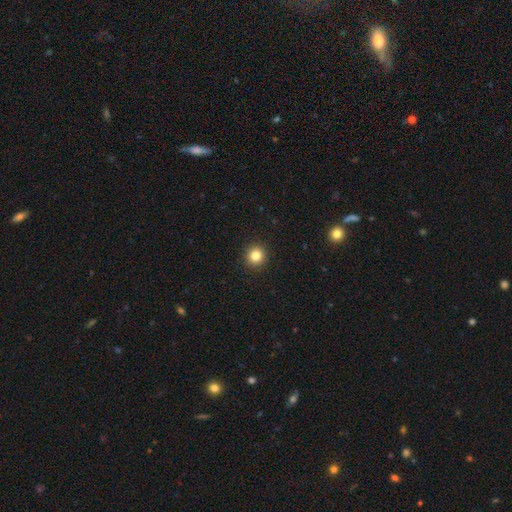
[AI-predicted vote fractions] This is clearly a smooth galaxy (83%). How rounded: clearly round (94%). Merging: clearly none (93%).